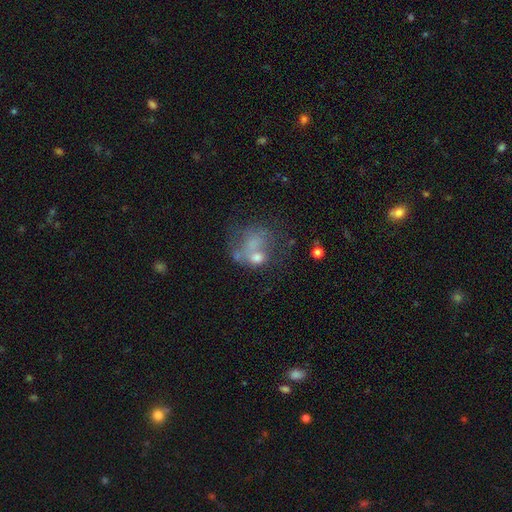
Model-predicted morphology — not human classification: smooth_or_featured: featured or disk (p=0.43) [alt: smooth p=0.40]
merging: none (p=0.30) [alt: major disturbance p=0.27]